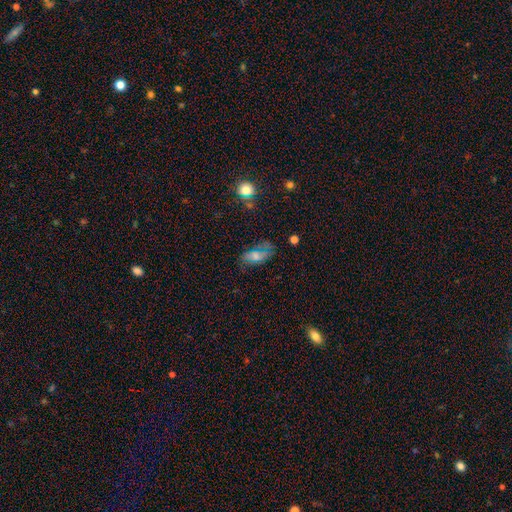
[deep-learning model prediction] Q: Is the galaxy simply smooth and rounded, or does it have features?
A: smooth — 62%.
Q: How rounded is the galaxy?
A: in between — 87%.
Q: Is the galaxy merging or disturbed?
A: none — 60%.